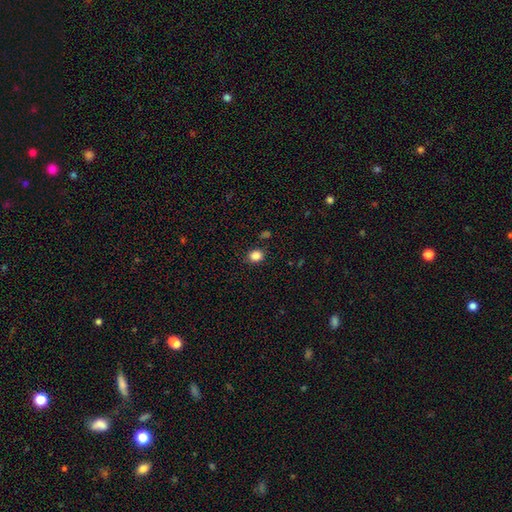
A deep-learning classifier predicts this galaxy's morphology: smooth-or-featured: smooth: 85% | star or artifact: 12% | featured or disk: 4%
  how-rounded: round: 72% | in between: 27% | cigar-shaped: 1%
  merging: none: 86% | minor disturbance: 9% | major disturbance: 3% | merger: 2%